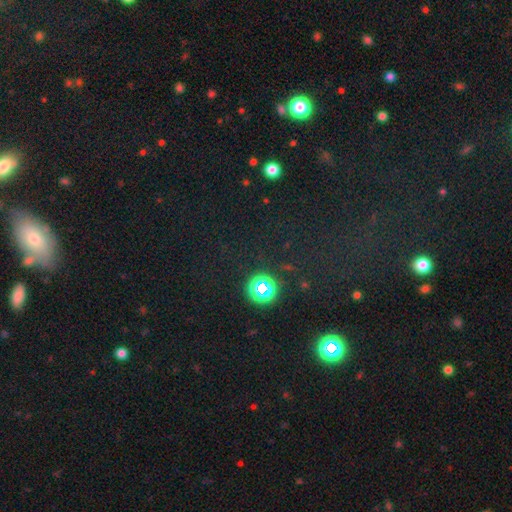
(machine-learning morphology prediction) Smooth or featured?
  - star or artifact: 53% *
  - smooth: 39%
  - featured or disk: 7%